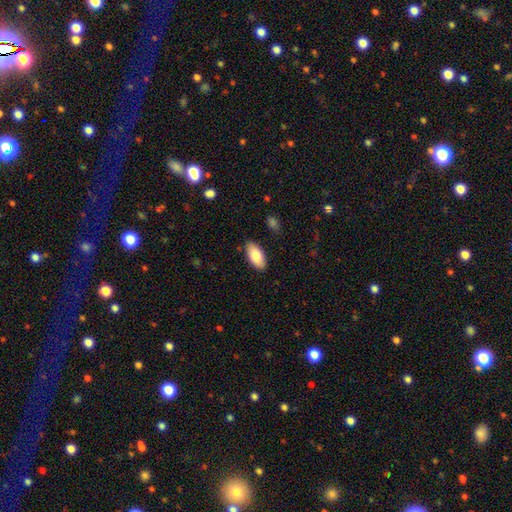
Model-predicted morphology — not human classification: A smooth galaxy with no disk features (83%) that is in between round and cigar-shaped (92%).

Vote fractions:
- Smooth or featured? smooth: 83% / featured or disk: 11% / star or artifact: 6%
- How rounded? in between: 92% / cigar-shaped: 6% / round: 2%
- Merging? none: 87% / minor disturbance: 10% / major disturbance: 2% / merger: 1%